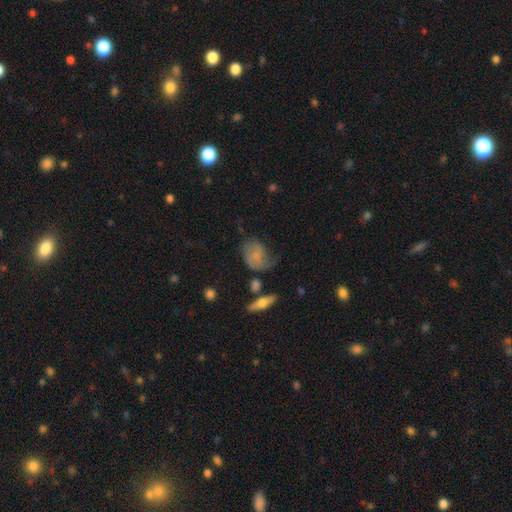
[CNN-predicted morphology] type=smooth (48%); merging=none (36%).